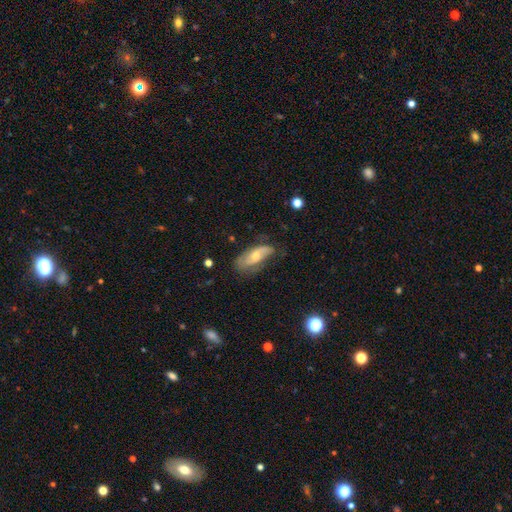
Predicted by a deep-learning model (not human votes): Smooth or featured?
  - smooth: 48% *
  - featured or disk: 45%
  - star or artifact: 7%
Merging?
  - none: 52% *
  - minor disturbance: 32%
  - major disturbance: 14%
  - merger: 2%